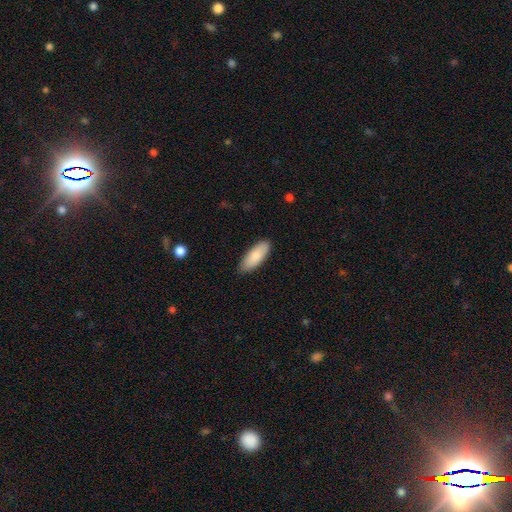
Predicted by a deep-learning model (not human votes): Q: Smooth or featured?
A: smooth (86%); runner-up: featured or disk (8%)
Q: How rounded?
A: in between (78%); runner-up: cigar-shaped (21%)
Q: Merging?
A: none (84%); runner-up: minor disturbance (13%)